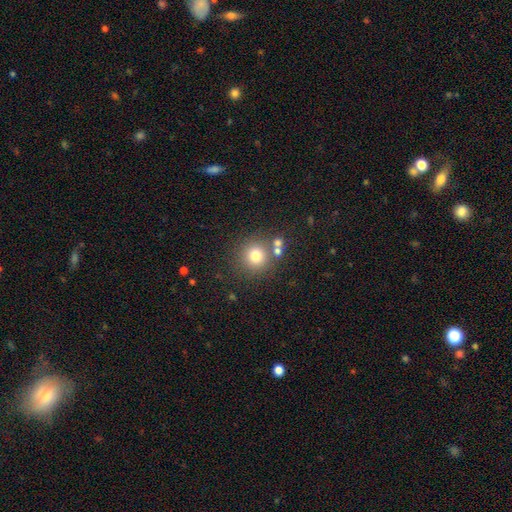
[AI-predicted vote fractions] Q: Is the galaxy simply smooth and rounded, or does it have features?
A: smooth — 76%.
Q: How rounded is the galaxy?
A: round — 92%.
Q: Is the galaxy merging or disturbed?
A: none — 77%.